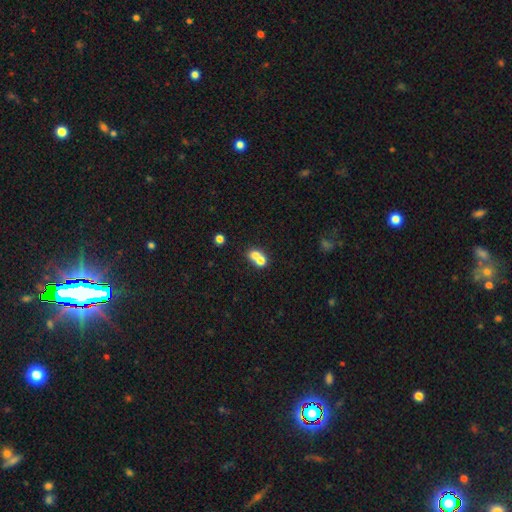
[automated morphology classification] This appears to be a smooth galaxy with no disk features (69%) that is round (60%). Merging: merger (67%).